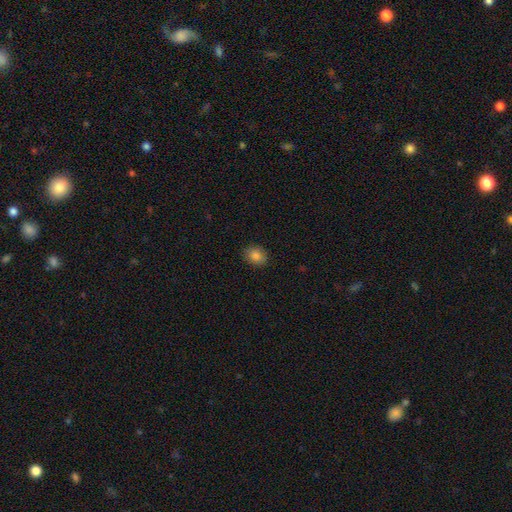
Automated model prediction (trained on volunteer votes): A smooth galaxy with no disk features (84%) that is round (56%). Merging: none (89%).